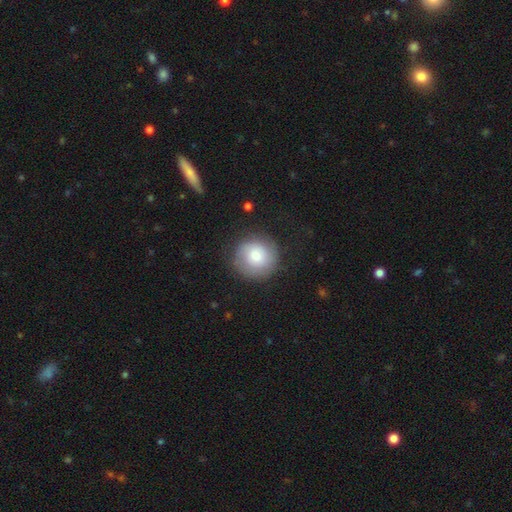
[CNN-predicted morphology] A smooth galaxy with no disk features (73%) that is round (94%).

Vote fractions:
- Smooth or featured? smooth: 73% / featured or disk: 19% / star or artifact: 8%
- How rounded? round: 94% / in between: 5% / cigar-shaped: 1%
- Merging? none: 81% / minor disturbance: 13% / major disturbance: 5% / merger: 1%